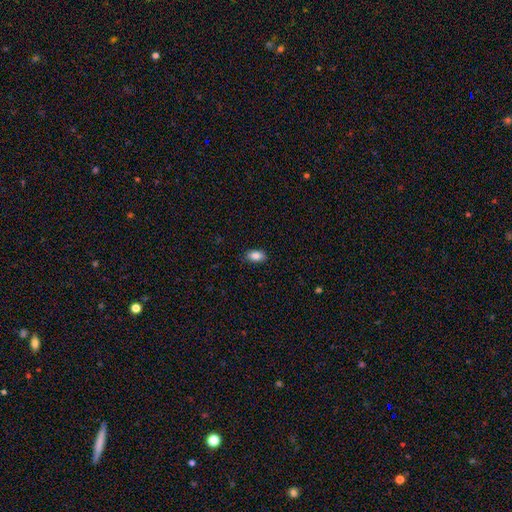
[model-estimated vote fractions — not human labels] This appears to be a smooth galaxy with no disk features (87%) that is in between round and cigar-shaped (91%). Merging: none (85%).